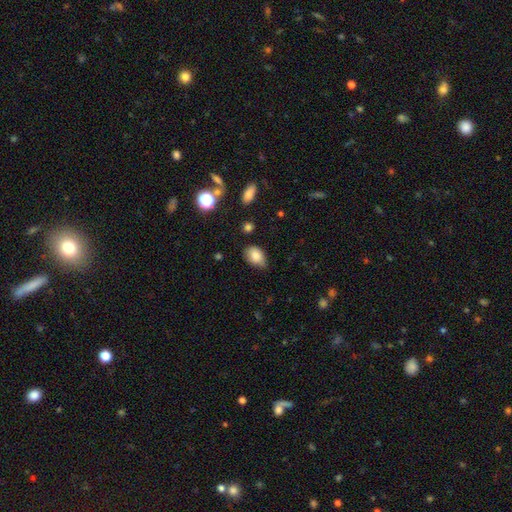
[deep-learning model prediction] A smooth galaxy with no disk features (83%) that is in between round and cigar-shaped (85%).

Vote fractions:
- Smooth or featured? smooth: 83% / star or artifact: 9% / featured or disk: 8%
- How rounded? in between: 85% / round: 14% / cigar-shaped: 1%
- Merging? none: 59% / minor disturbance: 33% / major disturbance: 5% / merger: 2%